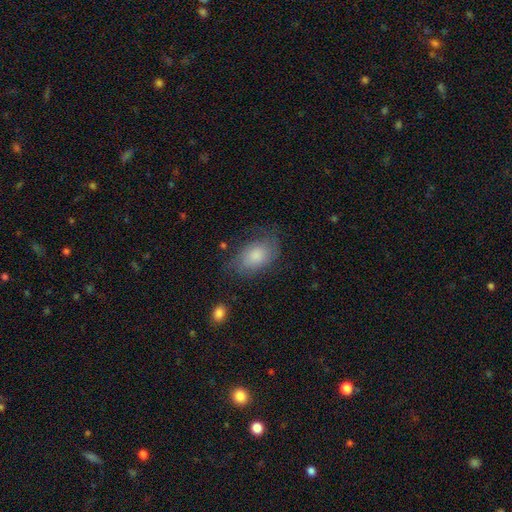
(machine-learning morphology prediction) A smooth galaxy with no disk features (67%) that is in between round and cigar-shaped (87%).

Vote fractions:
- Smooth or featured? smooth: 67% / featured or disk: 25% / star or artifact: 8%
- How rounded? in between: 87% / round: 11% / cigar-shaped: 2%
- Merging? none: 55% / minor disturbance: 27% / major disturbance: 15% / merger: 2%